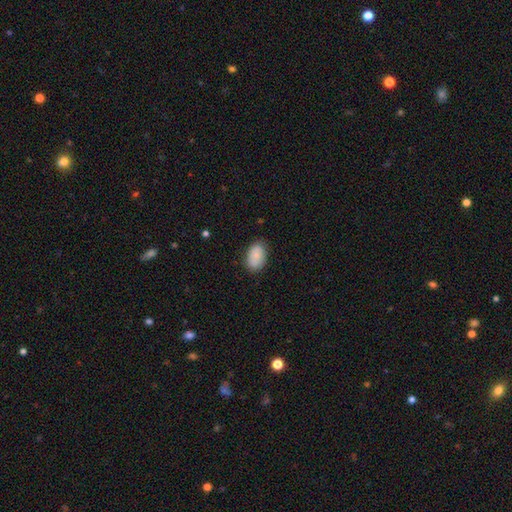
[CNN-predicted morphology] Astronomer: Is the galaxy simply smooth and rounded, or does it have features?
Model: smooth — 76%.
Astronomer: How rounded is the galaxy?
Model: in between — 89%.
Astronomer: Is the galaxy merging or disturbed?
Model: none — 79%.